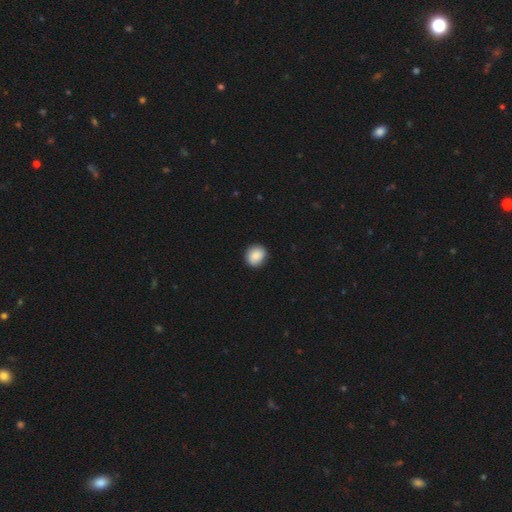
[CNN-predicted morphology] smooth_or_featured: smooth (p=0.87) [alt: star or artifact p=0.08]
how_rounded: round (p=0.79) [alt: in between p=0.20]
merging: none (p=0.89) [alt: minor disturbance p=0.09]